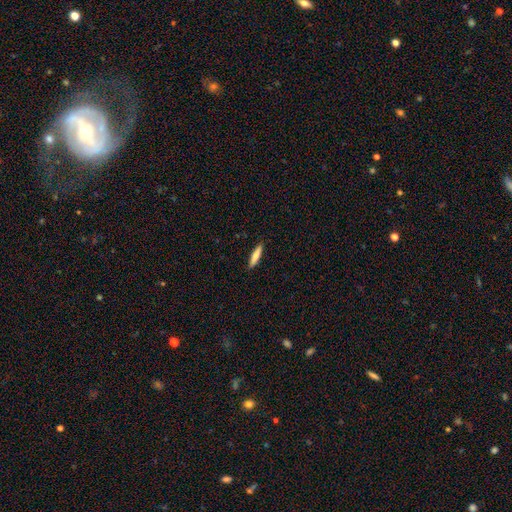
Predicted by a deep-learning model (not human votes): Overall: smooth (76%). How rounded: cigar-shaped (84%). Merging: none (90%).